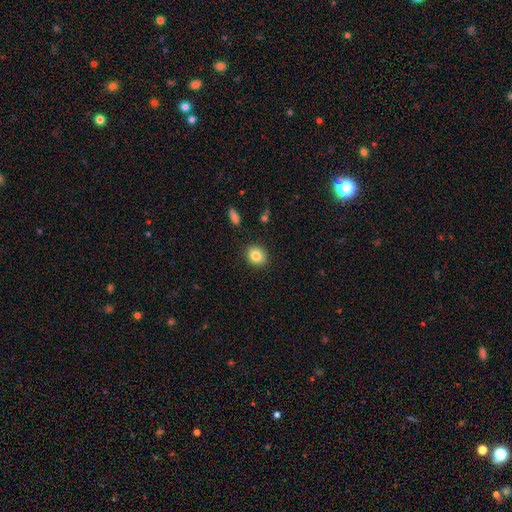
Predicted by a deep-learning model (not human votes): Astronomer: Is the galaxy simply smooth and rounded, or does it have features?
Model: smooth — 84%.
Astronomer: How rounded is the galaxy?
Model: round — 71%.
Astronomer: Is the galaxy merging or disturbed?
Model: none — 89%.